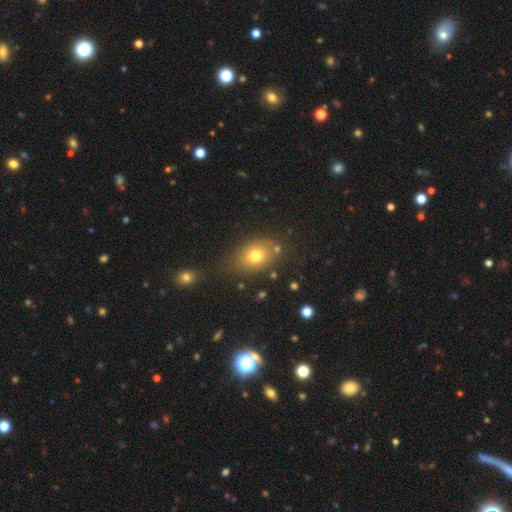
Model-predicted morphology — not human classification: The model was most divided on "how rounded": in between: 66%, round: 32%, cigar-shaped: 1%. More confident: merging — none (77%); smooth or featured — smooth (75%).